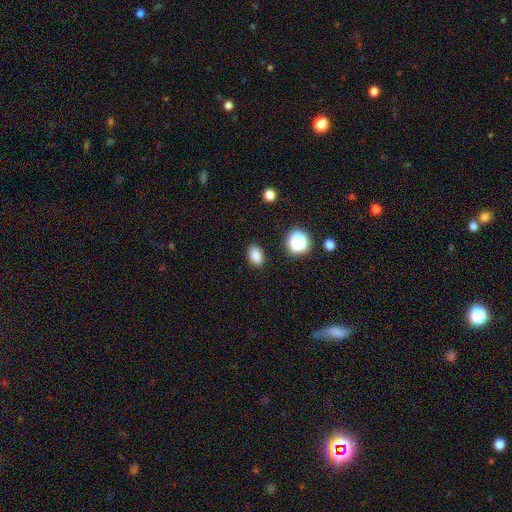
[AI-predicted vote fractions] A smooth galaxy with no disk features (83%) that is in between round and cigar-shaped (82%).

Vote fractions:
- Smooth or featured? smooth: 83% / star or artifact: 12% / featured or disk: 5%
- How rounded? in between: 82% / round: 17% / cigar-shaped: 2%
- Merging? none: 88% / minor disturbance: 8% / major disturbance: 3% / merger: 2%